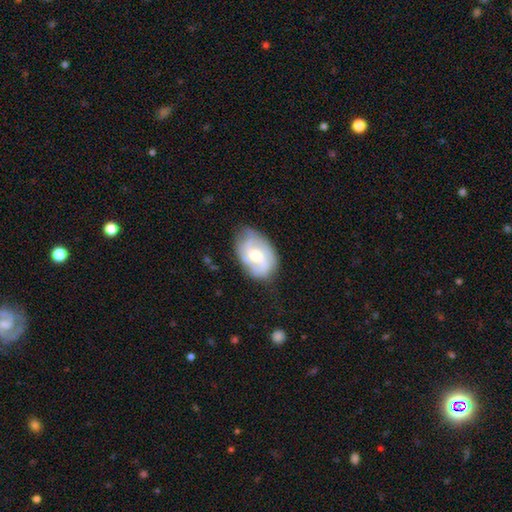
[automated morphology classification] Q: Smooth or featured?
A: featured or disk (72%); runner-up: smooth (23%)
Q: Edge-on disk?
A: no (96%); runner-up: yes (4%)
Q: Bar?
A: no (47%); runner-up: weak (43%)
Q: Spiral arms?
A: yes (89%); runner-up: no (11%)
Q: Spiral winding?
A: medium (44%); runner-up: tight (35%)
Q: Spiral arm count?
A: 2 (48%); runner-up: 3 (22%)
Q: Bulge size?
A: moderate (68%); runner-up: small (23%)
Q: Merging?
A: none (68%); runner-up: minor disturbance (23%)